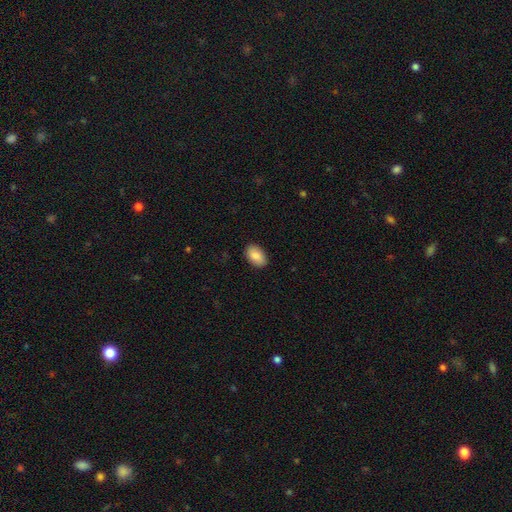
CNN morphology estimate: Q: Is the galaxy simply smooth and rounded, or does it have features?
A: smooth — 87%.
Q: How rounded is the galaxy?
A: in between — 93%.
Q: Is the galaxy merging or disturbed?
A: none — 88%.